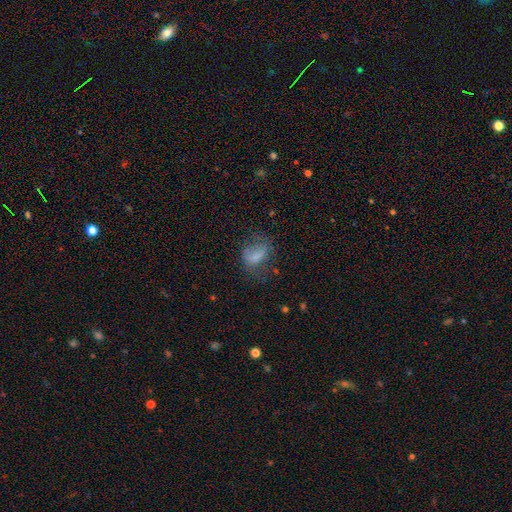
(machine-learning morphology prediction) Smooth or featured: smooth — 60% (featured or disk — 26%)
How rounded: in between — 74% (round — 22%)
Merging: none — 40% (major disturbance — 32%)